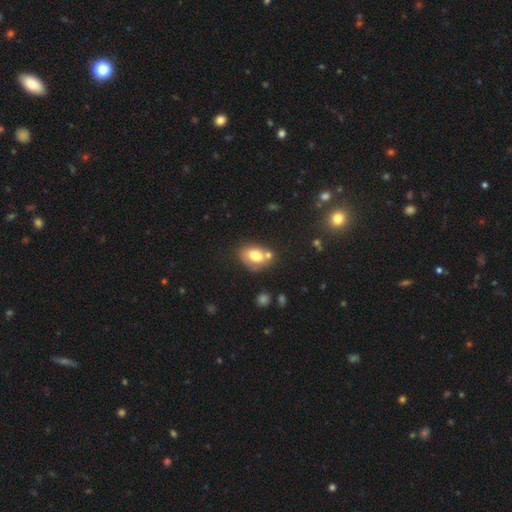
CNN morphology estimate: type=smooth (71%); roundness=in between (72%); merging=none (40%).